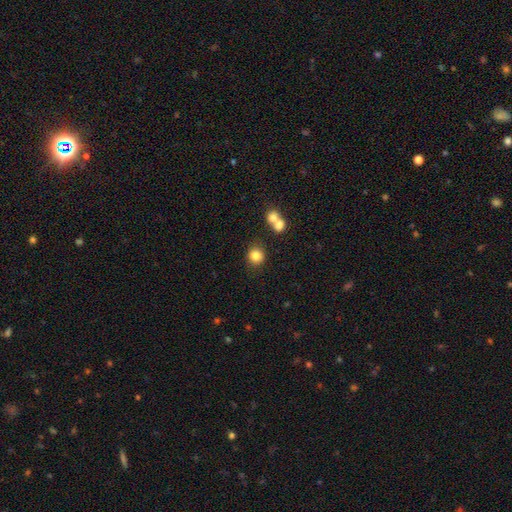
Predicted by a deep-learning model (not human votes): smooth_or_featured: smooth (p=0.82) [alt: star or artifact p=0.11]
how_rounded: round (p=0.86) [alt: in between p=0.13]
merging: none (p=0.79) [alt: minor disturbance p=0.09]